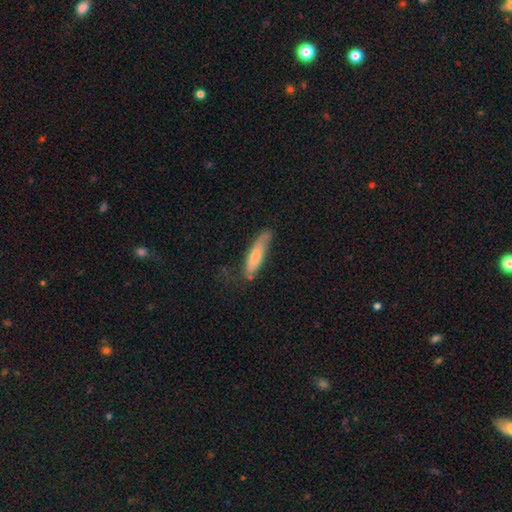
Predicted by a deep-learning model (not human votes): Smooth or featured? Predicted: smooth (p=0.68). How rounded? Predicted: cigar-shaped (p=0.76). Merging? Predicted: none (p=0.61).